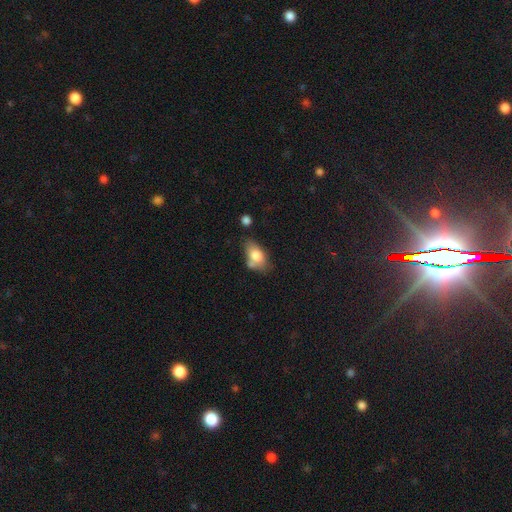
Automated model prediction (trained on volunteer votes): smooth-or-featured: smooth: 76% | featured or disk: 16% | star or artifact: 8%
  how-rounded: in between: 88% | round: 9% | cigar-shaped: 3%
  merging: none: 43% | minor disturbance: 25% | merger: 23% | major disturbance: 9%